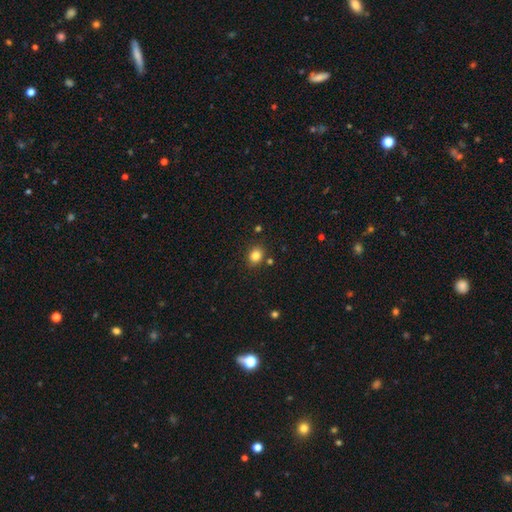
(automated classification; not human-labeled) smooth_or_featured: smooth (p=0.83) [alt: star or artifact p=0.12]
how_rounded: round (p=0.57) [alt: in between p=0.42]
merging: none (p=0.83) [alt: minor disturbance p=0.10]